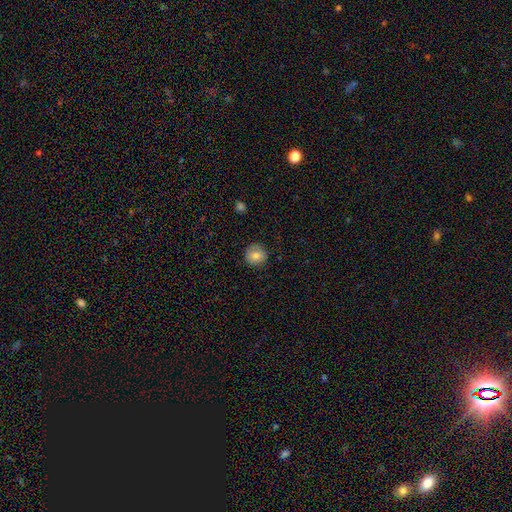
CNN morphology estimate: The model was most divided on "smooth or featured": smooth: 82%, star or artifact: 9%, featured or disk: 9%. More confident: how rounded — round (92%); merging — none (85%).